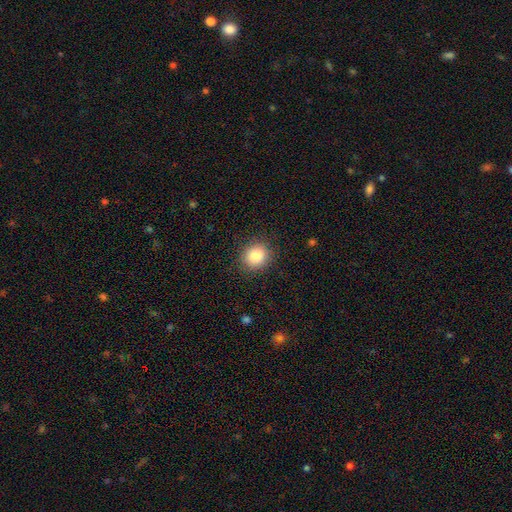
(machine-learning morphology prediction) A smooth galaxy with no disk features (87%) that is round (79%).

Vote fractions:
- Smooth or featured? smooth: 87% / star or artifact: 9% / featured or disk: 4%
- How rounded? round: 79% / in between: 20% / cigar-shaped: 1%
- Merging? none: 88% / minor disturbance: 8% / major disturbance: 3% / merger: 1%